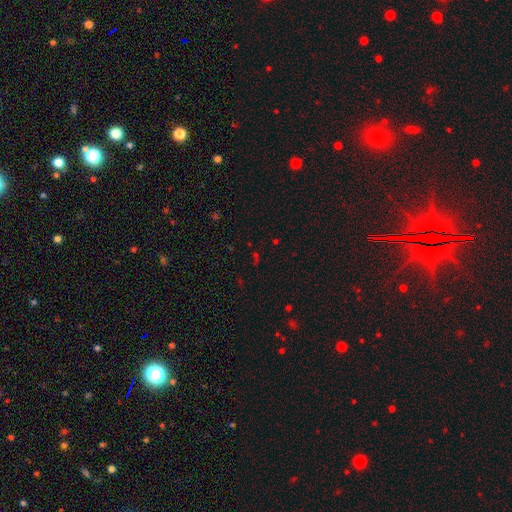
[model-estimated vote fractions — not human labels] Q: Smooth or featured?
A: star or artifact (63%); runner-up: smooth (27%)